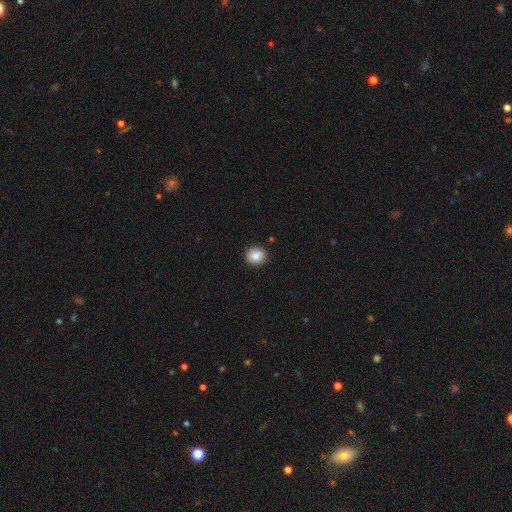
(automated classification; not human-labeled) Smooth or featured?
  - smooth: 87% *
  - star or artifact: 9%
  - featured or disk: 5%
How rounded?
  - round: 76% *
  - in between: 23%
  - cigar-shaped: 1%
Merging?
  - none: 90% *
  - minor disturbance: 7%
  - major disturbance: 2%
  - merger: 1%